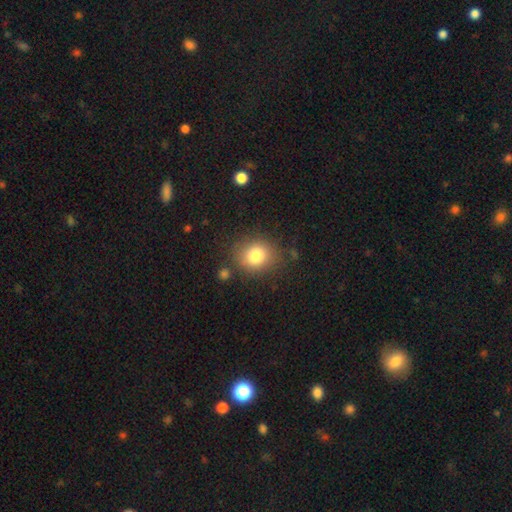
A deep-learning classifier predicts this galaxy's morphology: smooth_or_featured: smooth (p=0.80) [alt: star or artifact p=0.11]
how_rounded: round (p=0.73) [alt: in between p=0.26]
merging: none (p=0.79) [alt: minor disturbance p=0.12]